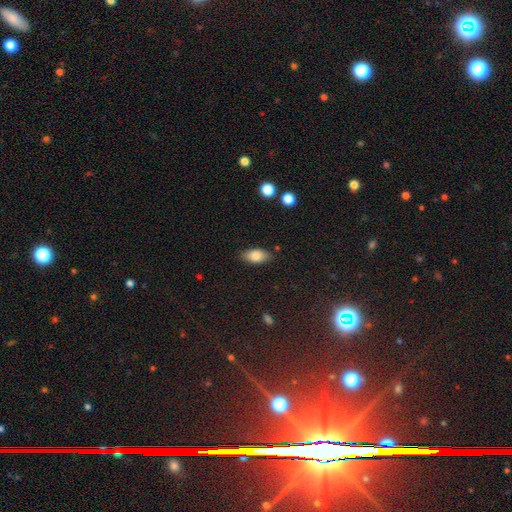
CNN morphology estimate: The model was most divided on "smooth or featured": smooth: 81%, featured or disk: 11%, star or artifact: 8%. More confident: how rounded — in between (90%); merging — none (83%).